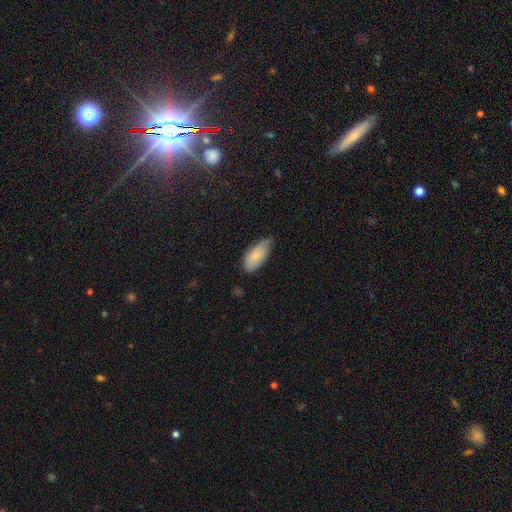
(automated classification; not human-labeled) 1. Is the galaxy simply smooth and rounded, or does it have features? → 76% smooth, 17% featured or disk, 6% star or artifact.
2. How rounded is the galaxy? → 91% in between, 7% cigar-shaped, 2% round.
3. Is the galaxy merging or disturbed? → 45% none, 44% minor disturbance, 9% major disturbance, 2% merger.